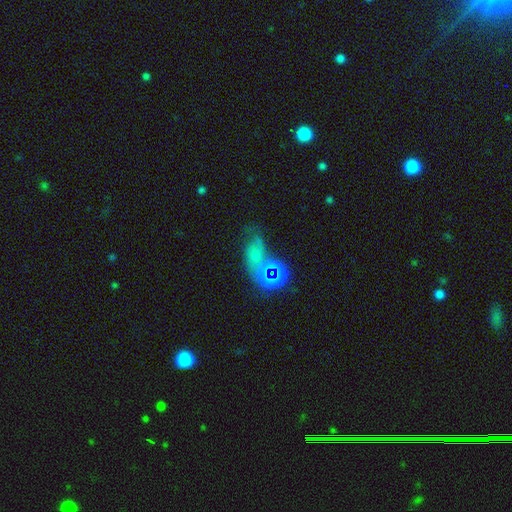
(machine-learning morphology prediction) A smooth galaxy with no disk features (43%).

Vote fractions:
- Smooth or featured? smooth: 43% / star or artifact: 34% / featured or disk: 24%
- Merging? none: 36% / merger: 26% / major disturbance: 19% / minor disturbance: 19%